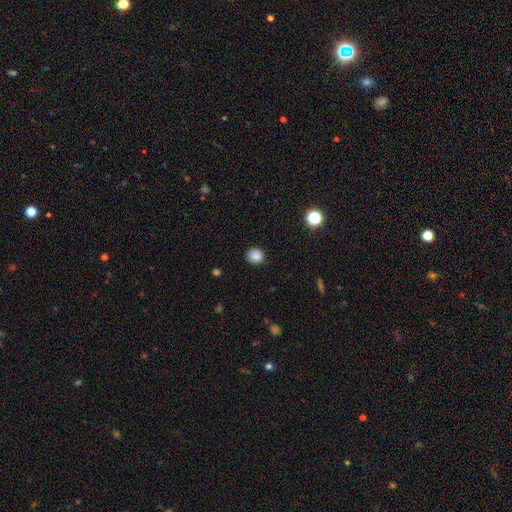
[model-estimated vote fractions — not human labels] This is clearly a smooth galaxy (85%). How rounded: clearly round (82%). Merging: clearly none (88%).